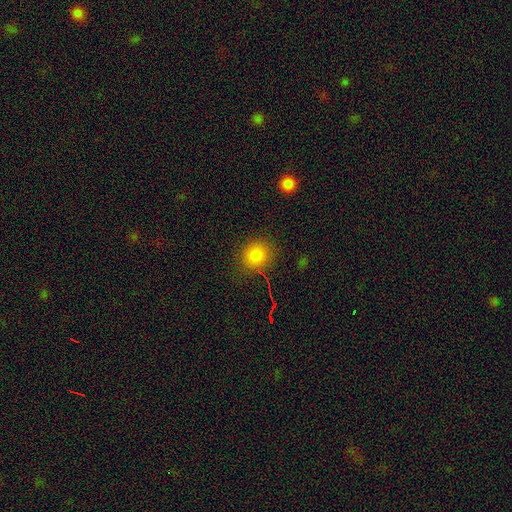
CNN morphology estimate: Smooth or featured? smooth (80%)
How rounded? round (78%)
Merging? none (83%)